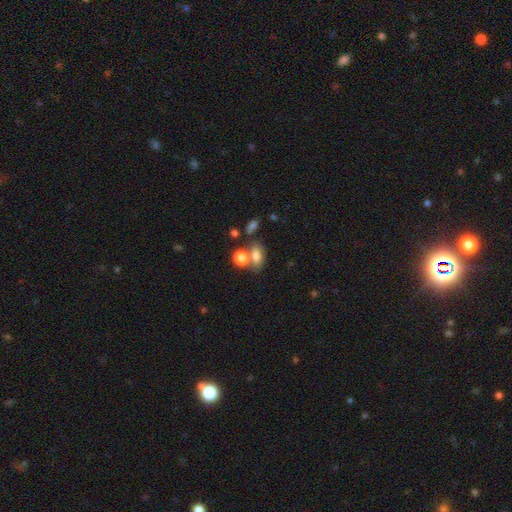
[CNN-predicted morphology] Smooth or featured? smooth (75%)
How rounded? in between (74%)
Merging? none (47%)